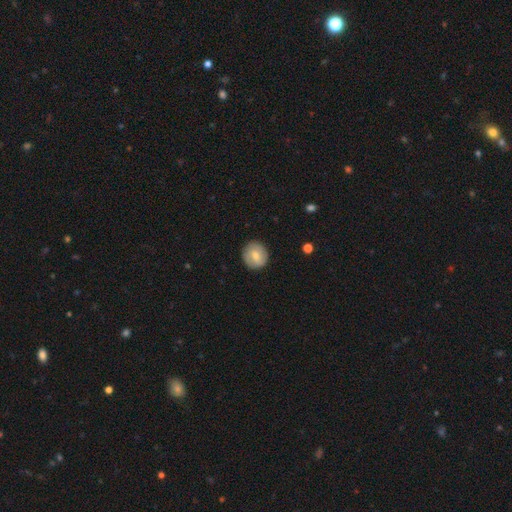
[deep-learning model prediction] This appears to be a smooth galaxy with no disk features (64%) that is round (90%). Merging: none (88%).